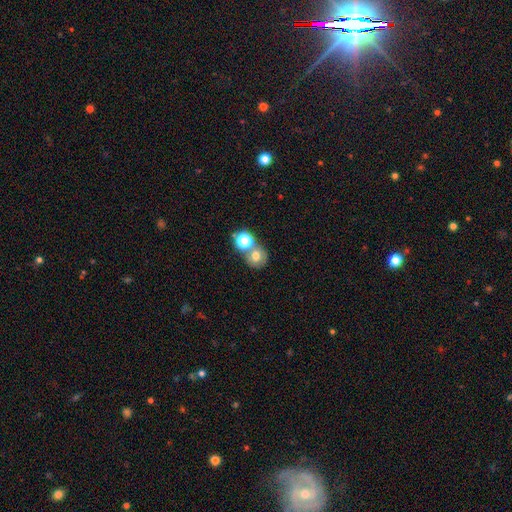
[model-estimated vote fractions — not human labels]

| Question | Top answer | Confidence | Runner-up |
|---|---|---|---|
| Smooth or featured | smooth | 68% | featured or disk (18%) |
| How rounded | round | 76% | in between (23%) |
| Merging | merger | 46% | none (41%) |